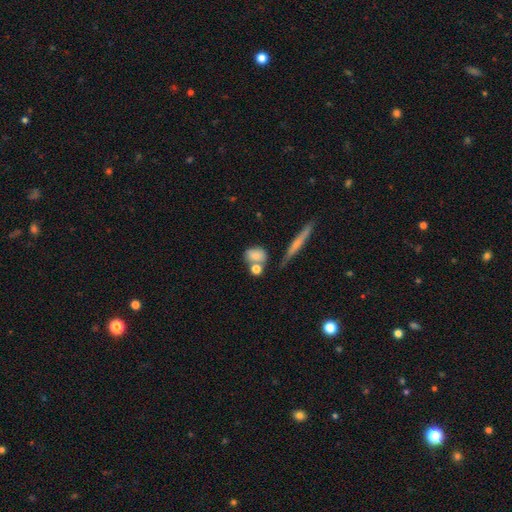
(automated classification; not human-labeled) smooth 76%, featured or disk 15%, star or artifact 9%. Down the decision tree: how rounded — in between (53%); merging — none (50%).